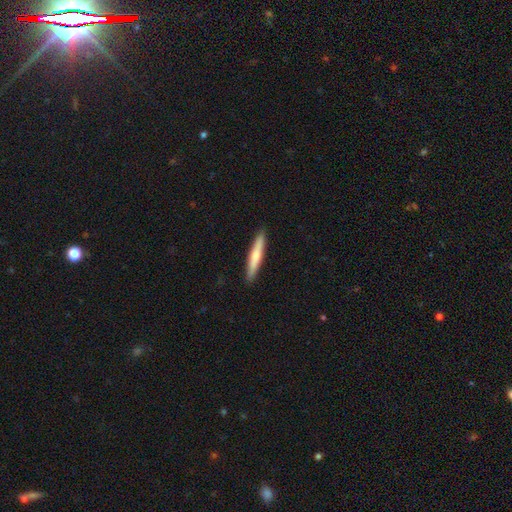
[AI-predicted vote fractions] smooth-or-featured: smooth: 64% | featured or disk: 31% | star or artifact: 5%
  how-rounded: cigar-shaped: 94% | in between: 5% | round: 1%
  merging: none: 91% | minor disturbance: 7% | major disturbance: 1% | merger: 1%